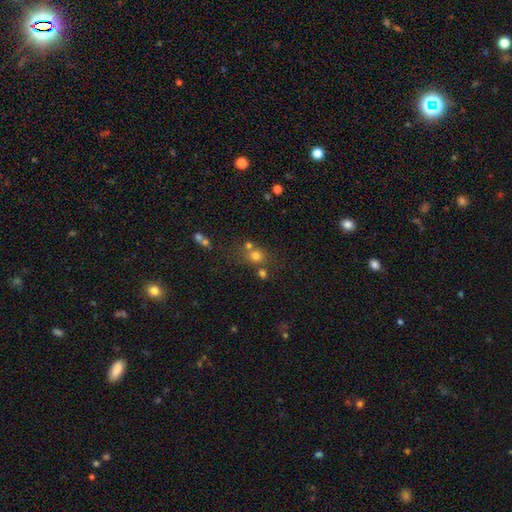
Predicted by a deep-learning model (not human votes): This appears to be a smooth galaxy with no disk features (71%) that is round (78%). Merging: none (57%).